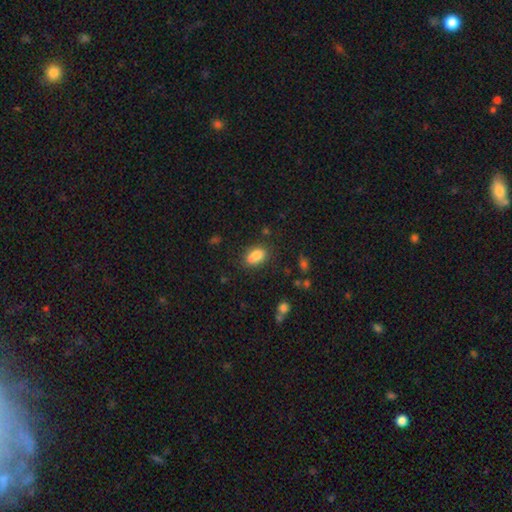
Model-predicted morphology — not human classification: Overall: smooth (82%). How rounded: in between (83%). Merging: none (63%).